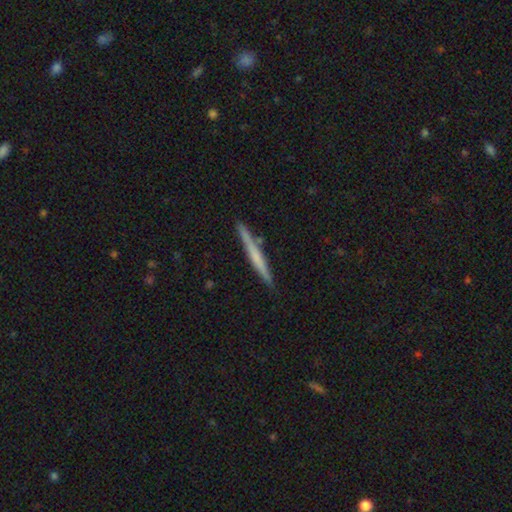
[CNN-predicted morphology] smooth-or-featured: smooth: 49% | featured or disk: 46% | star or artifact: 5%
  merging: none: 87% | minor disturbance: 9% | merger: 3% | major disturbance: 2%